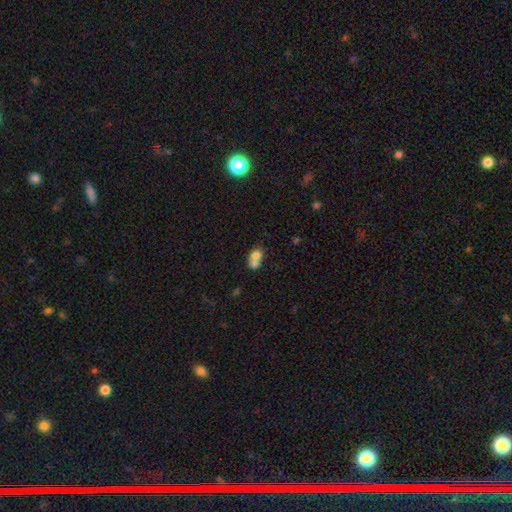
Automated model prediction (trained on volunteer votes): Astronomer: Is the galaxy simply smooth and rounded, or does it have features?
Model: smooth — 70%.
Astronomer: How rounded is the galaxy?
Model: round — 50% (runner-up: in between, 49%).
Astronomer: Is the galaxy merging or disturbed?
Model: merger — 68%.